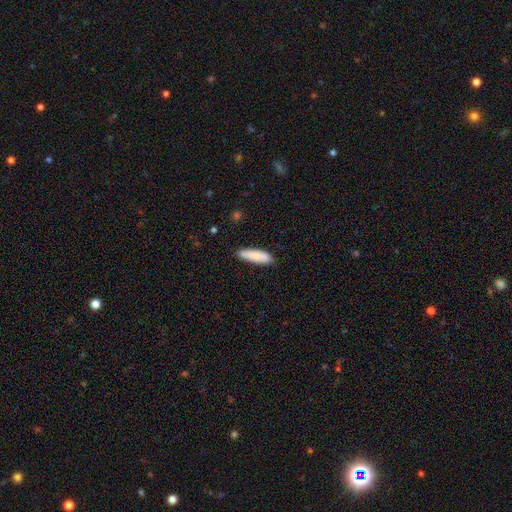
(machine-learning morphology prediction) Q: Smooth or featured?
A: smooth (85%); runner-up: featured or disk (10%)
Q: How rounded?
A: cigar-shaped (62%); runner-up: in between (36%)
Q: Merging?
A: none (85%); runner-up: minor disturbance (12%)